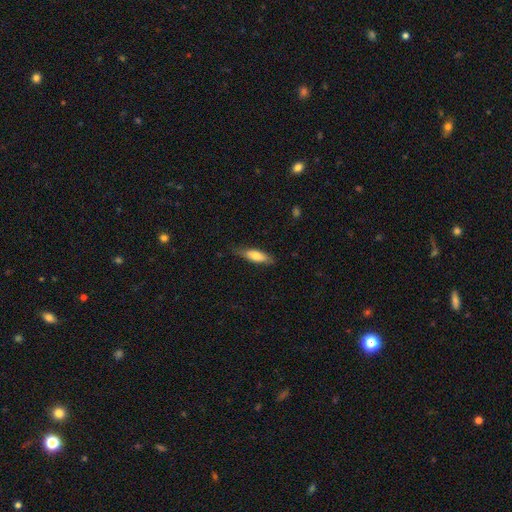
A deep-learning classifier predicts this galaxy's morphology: Smooth or featured? Predicted: smooth (p=0.72). How rounded? Predicted: in between (p=0.50). Merging? Predicted: none (p=0.75).